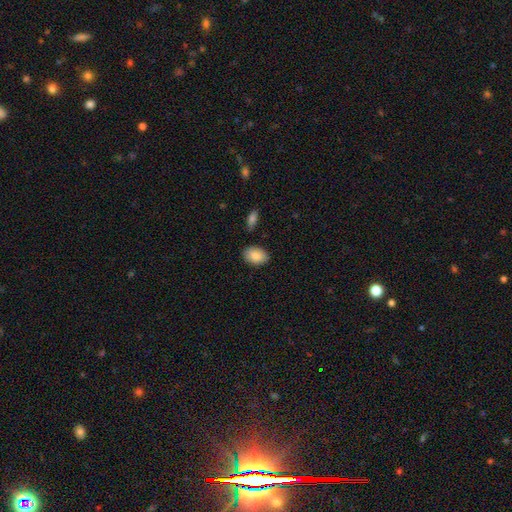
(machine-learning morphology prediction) Smooth or featured: smooth — 87% (featured or disk — 7%)
How rounded: in between — 87% (round — 12%)
Merging: none — 83% (minor disturbance — 12%)